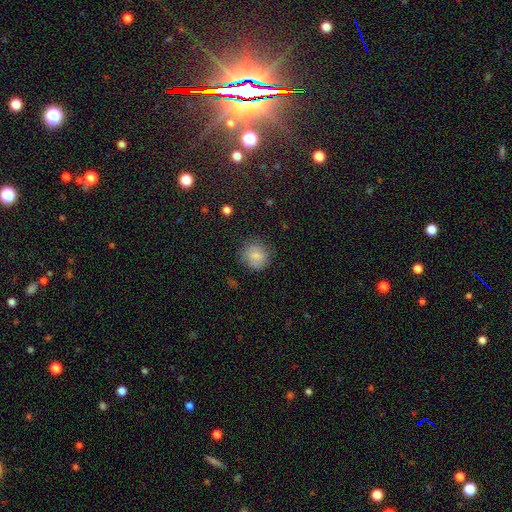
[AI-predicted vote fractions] Smooth or featured? smooth (82%)
How rounded? round (87%)
Merging? none (76%)